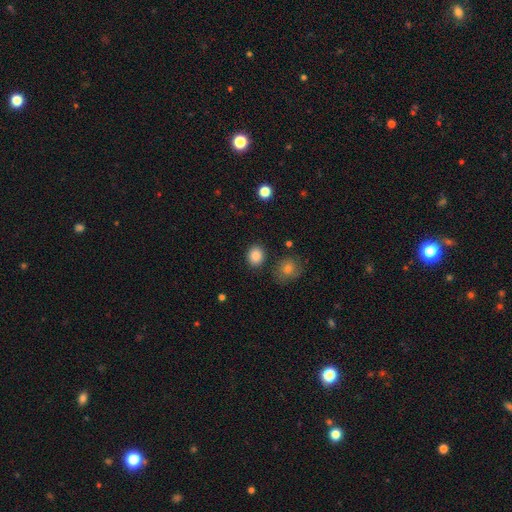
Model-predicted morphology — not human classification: Smooth or featured?
  - smooth: 87% *
  - star or artifact: 9%
  - featured or disk: 4%
How rounded?
  - round: 61% *
  - in between: 38%
  - cigar-shaped: 1%
Merging?
  - none: 84% *
  - minor disturbance: 9%
  - merger: 4%
  - major disturbance: 3%